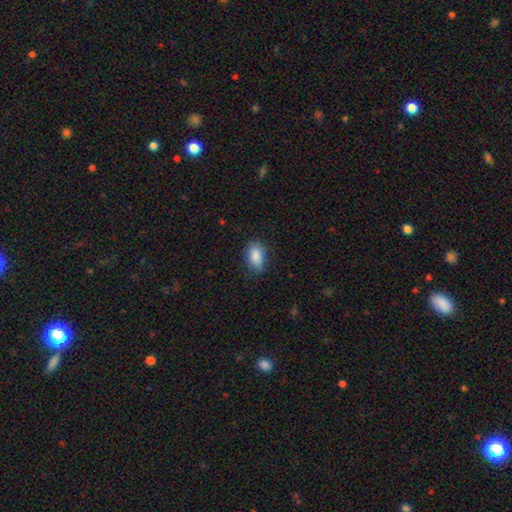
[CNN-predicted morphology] This appears to be a smooth galaxy with no disk features (87%) that is in between round and cigar-shaped (90%). Merging: none (73%).